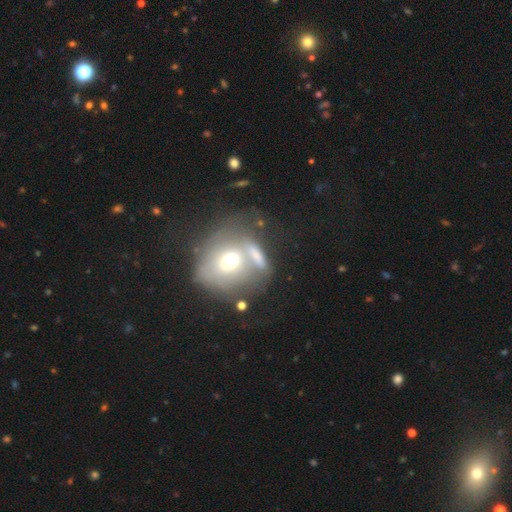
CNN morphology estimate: Smooth or featured? smooth (58%)
How rounded? round (54%)
Merging? none (38%)